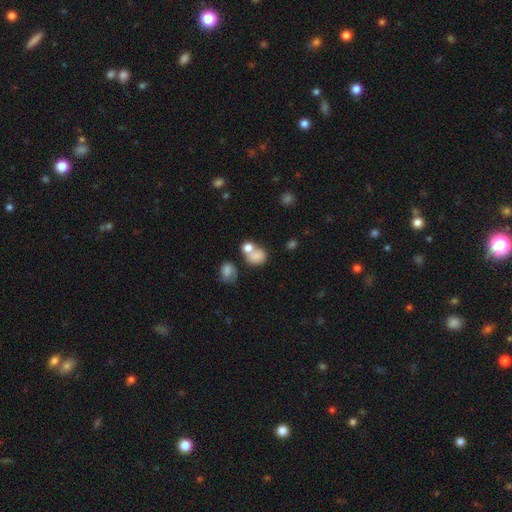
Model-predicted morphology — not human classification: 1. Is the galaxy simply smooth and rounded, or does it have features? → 78% smooth, 11% star or artifact, 11% featured or disk.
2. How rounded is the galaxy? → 54% round, 45% in between, 1% cigar-shaped.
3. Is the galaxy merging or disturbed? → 44% merger, 34% none, 14% minor disturbance, 9% major disturbance.